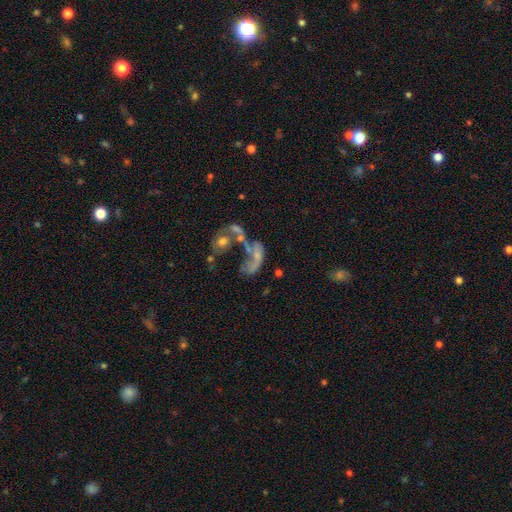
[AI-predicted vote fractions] This is possibly a featured or disk galaxy (54%). It is clearly not viewed edge-on (96%). Bar: clearly no (83%). Spiral arm pattern: likely no (75%). Central bulge: possibly none (52%). Merging: possibly merger (49%).